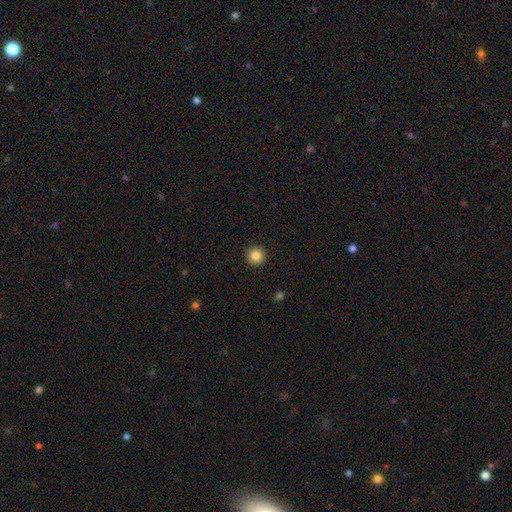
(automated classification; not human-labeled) smooth_or_featured: smooth (p=0.85) [alt: star or artifact p=0.10]
how_rounded: round (p=0.96) [alt: in between p=0.03]
merging: none (p=0.93) [alt: minor disturbance p=0.05]